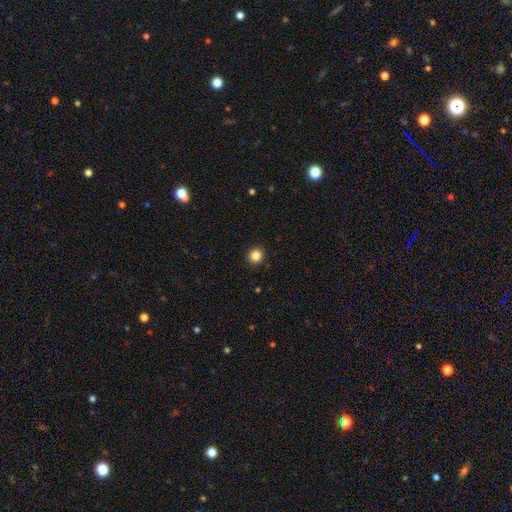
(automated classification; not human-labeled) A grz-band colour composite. It shows a smooth galaxy with no disk features (84%) that is round (91%). Merging: none (93%).